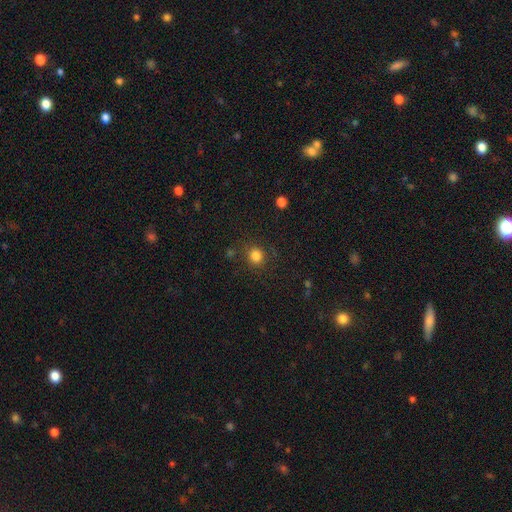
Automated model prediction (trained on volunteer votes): Smooth or featured? smooth (82%)
How rounded? round (88%)
Merging? none (85%)